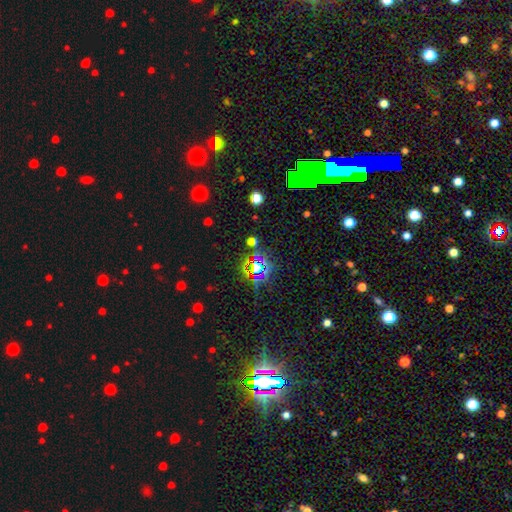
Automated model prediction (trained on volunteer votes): This is likely a star or artifact rather than a galaxy (72%).